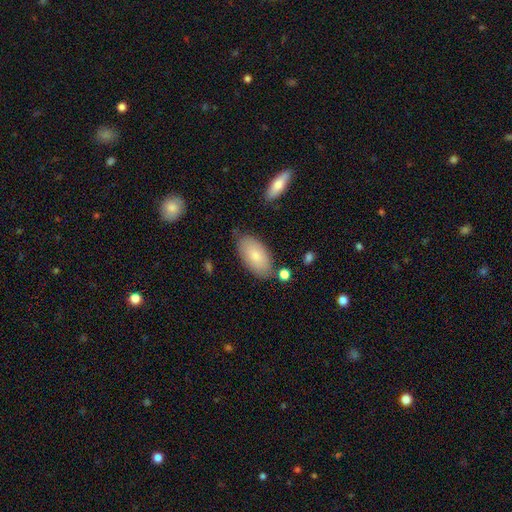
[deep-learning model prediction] The model was most divided on "merging": none: 76%, minor disturbance: 17%, merger: 4%, major disturbance: 4%. More confident: how rounded — in between (95%); smooth or featured — smooth (81%).